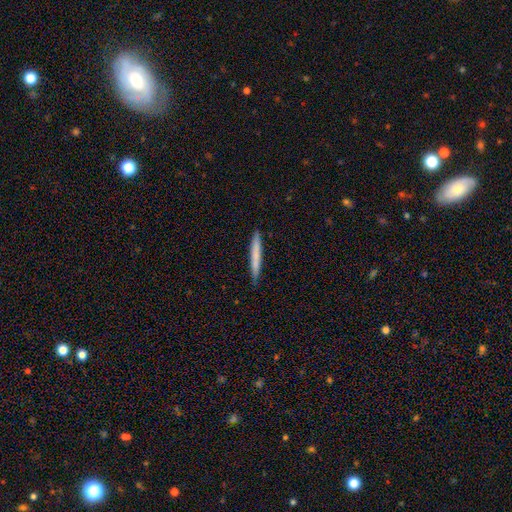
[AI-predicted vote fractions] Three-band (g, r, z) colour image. It shows a smooth galaxy with no disk features (70%) that is cigar-shaped (97%). Merging: none (90%).